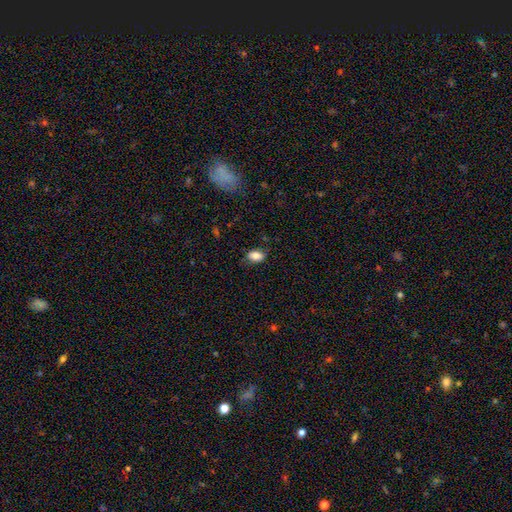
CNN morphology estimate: The model was most divided on "merging": none: 78%, minor disturbance: 17%, major disturbance: 4%, merger: 1%. More confident: how rounded — in between (87%); smooth or featured — smooth (83%).